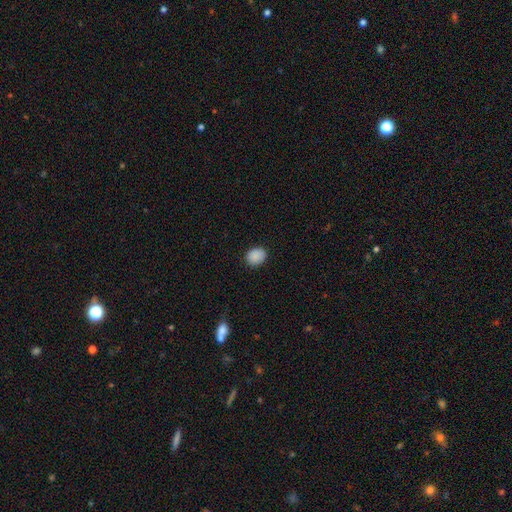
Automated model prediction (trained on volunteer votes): Smooth or featured? smooth (89%)
How rounded? round (54%)
Merging? none (87%)